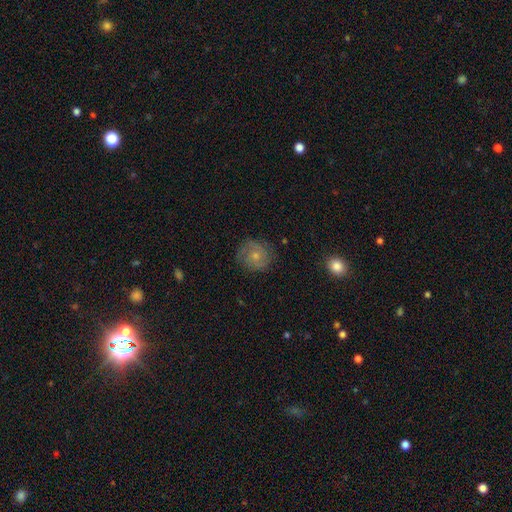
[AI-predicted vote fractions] smooth_or_featured: smooth (p=0.48) [alt: featured or disk p=0.43]
merging: none (p=0.77) [alt: minor disturbance p=0.16]